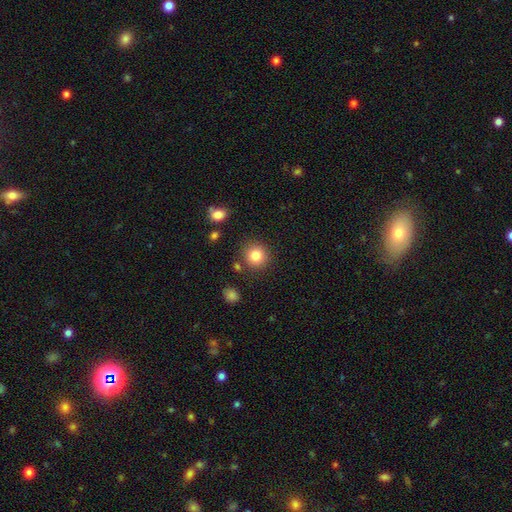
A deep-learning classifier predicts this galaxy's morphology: Q: Smooth or featured?
A: smooth (83%); runner-up: star or artifact (10%)
Q: How rounded?
A: round (91%); runner-up: in between (8%)
Q: Merging?
A: none (86%); runner-up: minor disturbance (8%)